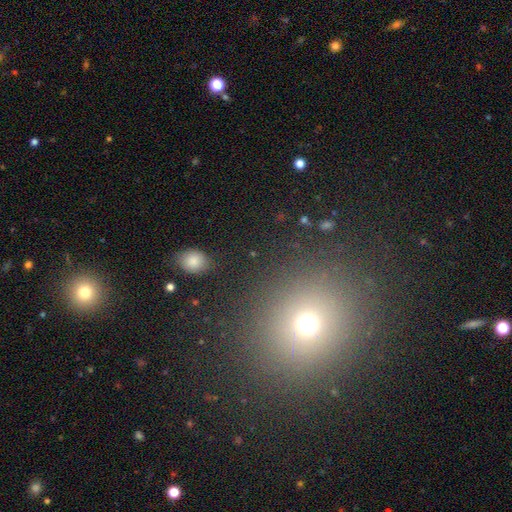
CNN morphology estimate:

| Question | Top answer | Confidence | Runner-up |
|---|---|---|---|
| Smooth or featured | smooth | 58% | star or artifact (34%) |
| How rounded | round | 82% | in between (17%) |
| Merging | none | 89% | minor disturbance (6%) |